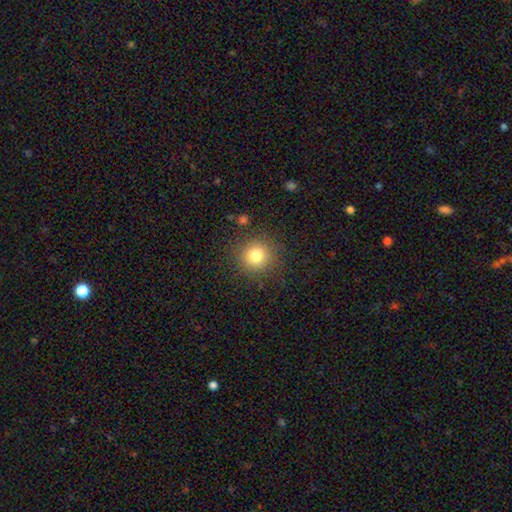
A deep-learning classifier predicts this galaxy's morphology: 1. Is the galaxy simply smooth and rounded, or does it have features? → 80% smooth, 13% star or artifact, 7% featured or disk.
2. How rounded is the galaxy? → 93% round, 6% in between, 1% cigar-shaped.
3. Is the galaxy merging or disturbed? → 87% none, 8% minor disturbance, 3% major disturbance, 2% merger.